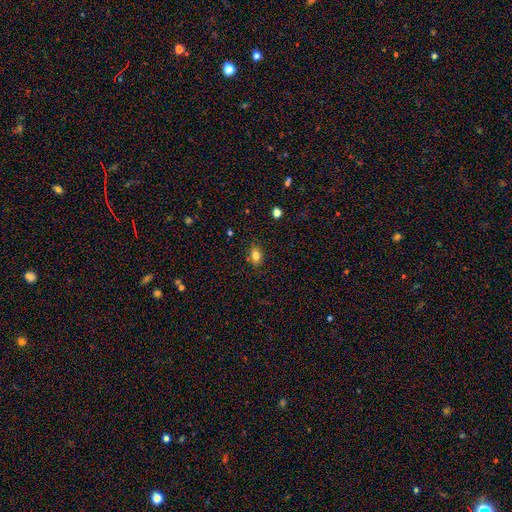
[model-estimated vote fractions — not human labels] smooth-or-featured: smooth: 80% | star or artifact: 11% | featured or disk: 9%
  how-rounded: in between: 80% | round: 18% | cigar-shaped: 2%
  merging: none: 83% | minor disturbance: 13% | major disturbance: 3% | merger: 2%